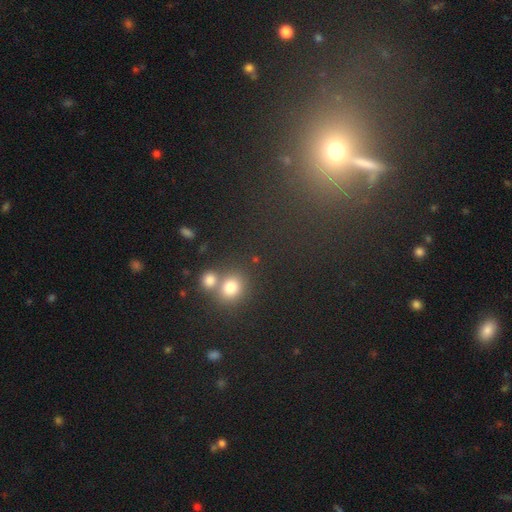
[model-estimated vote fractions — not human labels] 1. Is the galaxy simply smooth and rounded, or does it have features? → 53% star or artifact, 37% smooth, 9% featured or disk.